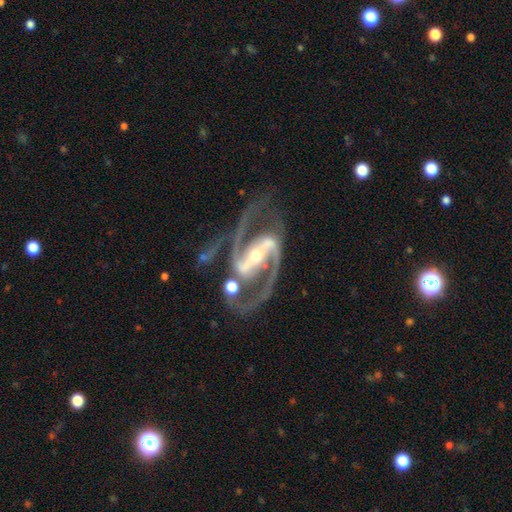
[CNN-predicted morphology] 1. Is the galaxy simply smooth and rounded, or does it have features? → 94% featured or disk, 4% star or artifact, 2% smooth.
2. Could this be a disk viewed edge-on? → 97% no, 3% yes.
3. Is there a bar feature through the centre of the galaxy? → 77% strong, 17% weak, 6% no.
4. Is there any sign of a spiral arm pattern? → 98% yes, 2% no.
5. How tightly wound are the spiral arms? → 65% medium, 18% tight, 17% loose.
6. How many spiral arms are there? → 93% 2, 2% 3, 1% can't tell, 1% 1, 1% 4, 1% more than 4.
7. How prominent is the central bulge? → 52% moderate, 43% small, 3% large, 1% none, 1% dominant.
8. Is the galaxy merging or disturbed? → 64% none, 17% minor disturbance, 13% major disturbance, 7% merger.